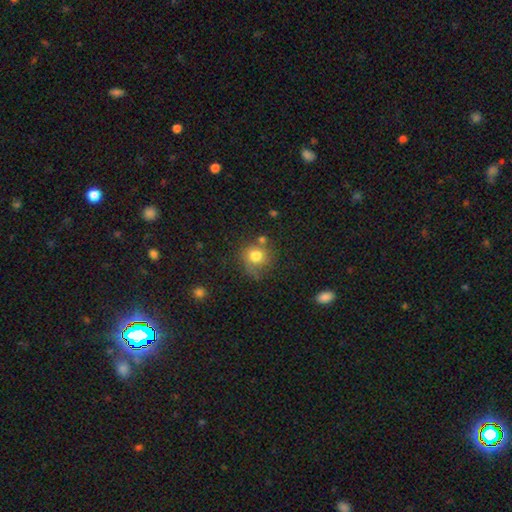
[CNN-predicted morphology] smooth_or_featured: smooth (p=0.78) [alt: star or artifact p=0.12]
how_rounded: round (p=0.86) [alt: in between p=0.13]
merging: none (p=0.62) [alt: minor disturbance p=0.20]